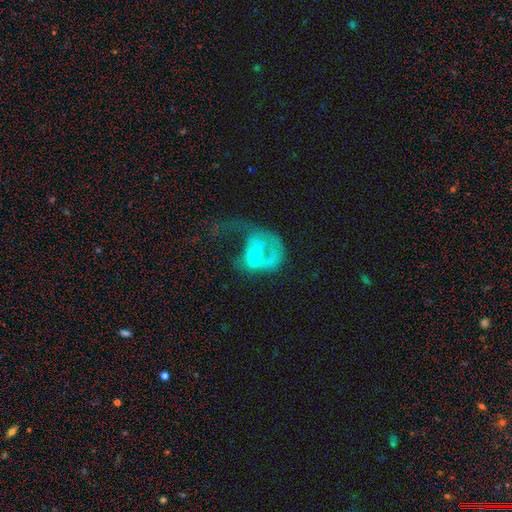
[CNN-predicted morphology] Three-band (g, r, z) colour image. It shows a featured or disk galaxy (65%) with no bar (68%), spiral arms (53%) and a small central bulge (44%). Merging: major disturbance (53%).